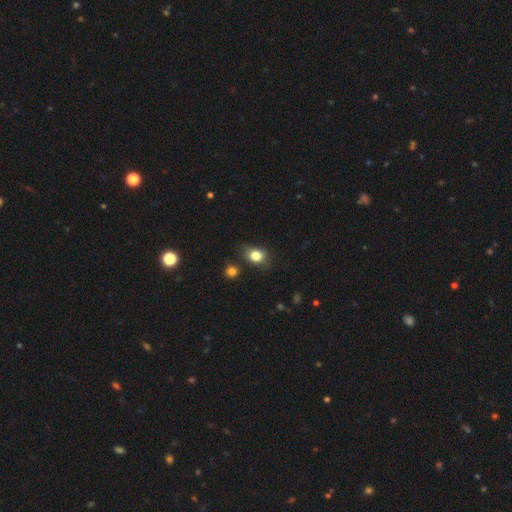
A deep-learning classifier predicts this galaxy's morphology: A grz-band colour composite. It shows a smooth galaxy with no disk features (81%) that is in between round and cigar-shaped (52%). Merging: none (63%).